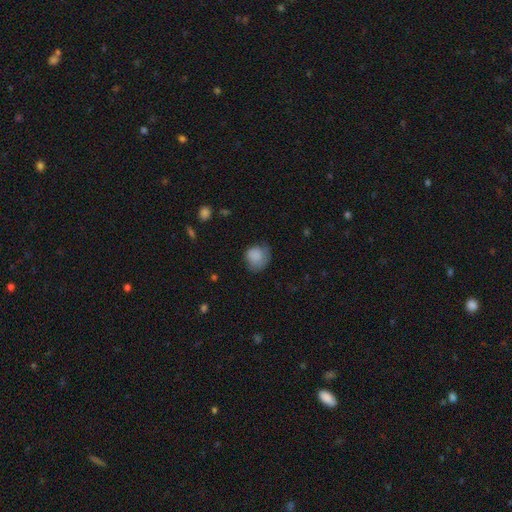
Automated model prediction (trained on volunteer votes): Smooth or featured: smooth — 79% (featured or disk — 14%)
How rounded: round — 72% (in between — 27%)
Merging: none — 46% (minor disturbance — 33%)